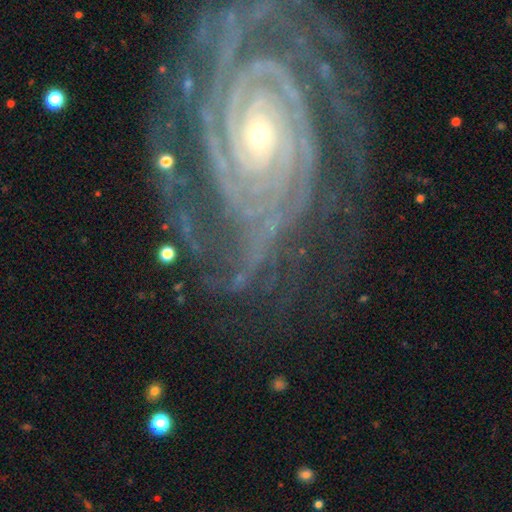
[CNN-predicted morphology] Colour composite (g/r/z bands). It shows a featured or disk galaxy (92%) with no bar (65%), 2 (25%) tight (84%) spiral arms (99%) and a small central bulge (74%). Merging: none (69%).